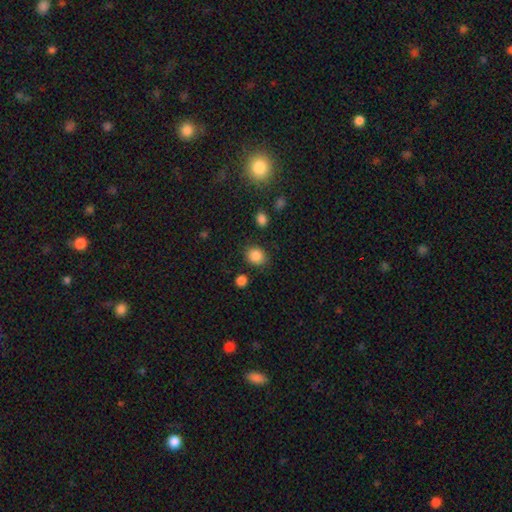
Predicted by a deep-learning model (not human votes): Smooth or featured: smooth — 86% (star or artifact — 10%)
How rounded: round — 67% (in between — 32%)
Merging: none — 80% (minor disturbance — 12%)